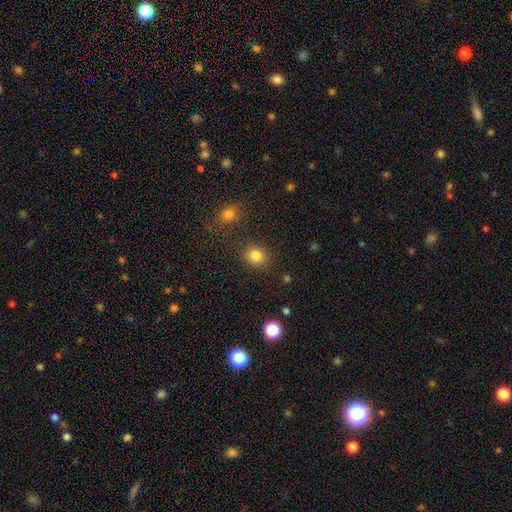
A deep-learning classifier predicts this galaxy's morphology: Smooth or featured? Predicted: smooth (p=0.82). How rounded? Predicted: round (p=0.80). Merging? Predicted: none (p=0.85).